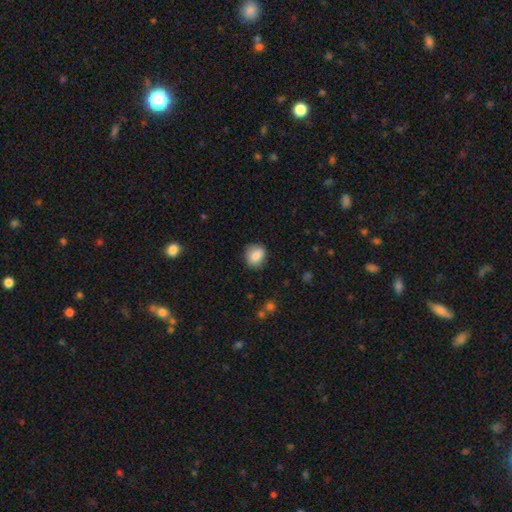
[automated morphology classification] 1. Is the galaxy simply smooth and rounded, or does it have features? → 84% smooth, 8% star or artifact, 8% featured or disk.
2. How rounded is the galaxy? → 71% round, 28% in between, 1% cigar-shaped.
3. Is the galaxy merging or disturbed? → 83% none, 13% minor disturbance, 3% major disturbance, 1% merger.